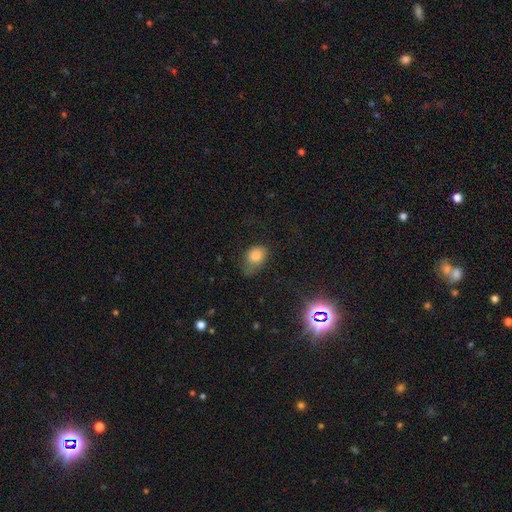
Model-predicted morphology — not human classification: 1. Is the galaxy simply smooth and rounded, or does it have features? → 79% smooth, 11% star or artifact, 9% featured or disk.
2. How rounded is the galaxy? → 67% in between, 31% round, 1% cigar-shaped.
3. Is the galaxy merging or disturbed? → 43% none, 37% minor disturbance, 17% major disturbance, 3% merger.